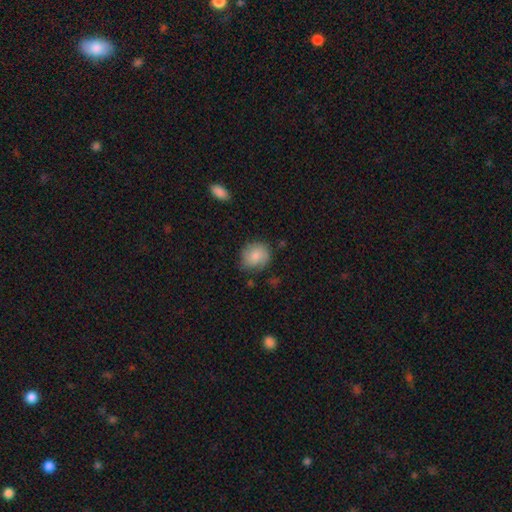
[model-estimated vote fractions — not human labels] A smooth galaxy with no disk features (73%) that is round (76%).

Vote fractions:
- Smooth or featured? smooth: 73% / featured or disk: 20% / star or artifact: 7%
- How rounded? round: 76% / in between: 23% / cigar-shaped: 1%
- Merging? none: 72% / minor disturbance: 20% / major disturbance: 5% / merger: 2%